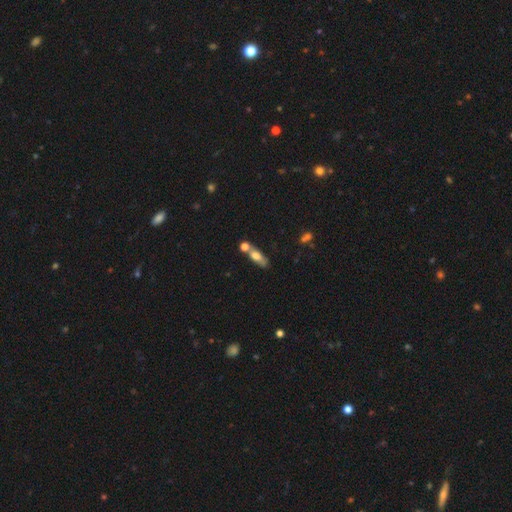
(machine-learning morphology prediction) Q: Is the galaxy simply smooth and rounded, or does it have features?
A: smooth — 63%.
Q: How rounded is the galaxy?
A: in between — 58%.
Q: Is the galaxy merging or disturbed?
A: none — 48%.